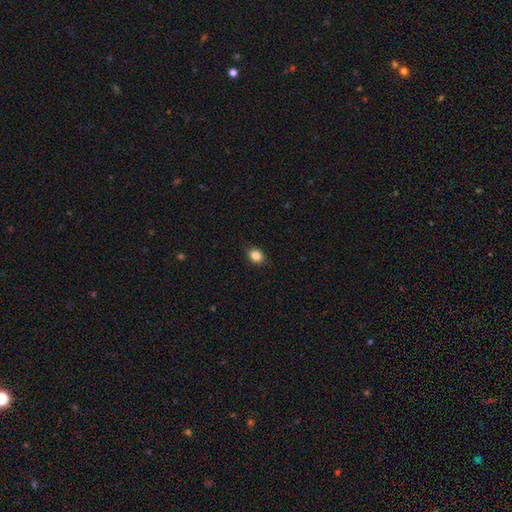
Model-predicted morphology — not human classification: type=smooth (85%); roundness=in between (54%); merging=none (84%).